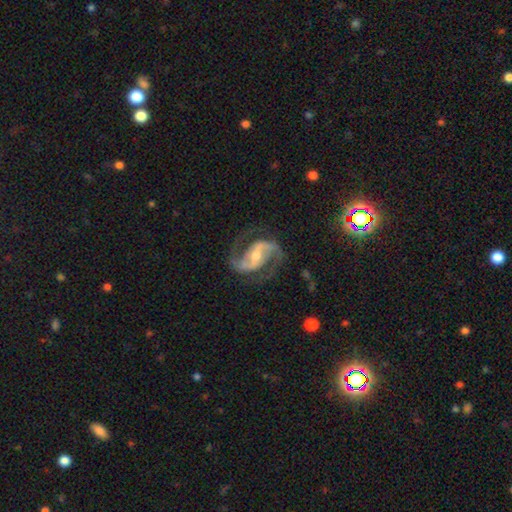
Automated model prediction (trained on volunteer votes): Smooth or featured? Predicted: featured or disk (p=0.92). Edge-on disk? Predicted: no (p=0.98). Bar? Predicted: strong (p=0.41). Spiral arms? Predicted: yes (p=0.98). Spiral winding? Predicted: medium (p=0.60). Spiral arm count? Predicted: 2 (p=0.94). Bulge size? Predicted: moderate (p=0.48). Merging? Predicted: none (p=0.78).